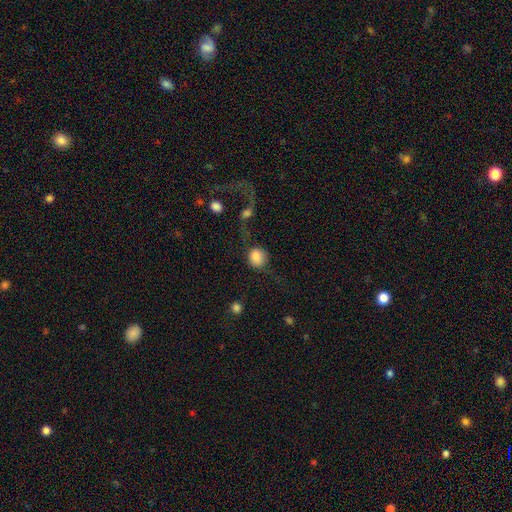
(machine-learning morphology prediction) The model was most divided on "merging": none: 47%, major disturbance: 21%, minor disturbance: 17%, merger: 15%. More confident: how rounded — round (80%); smooth or featured — smooth (78%).